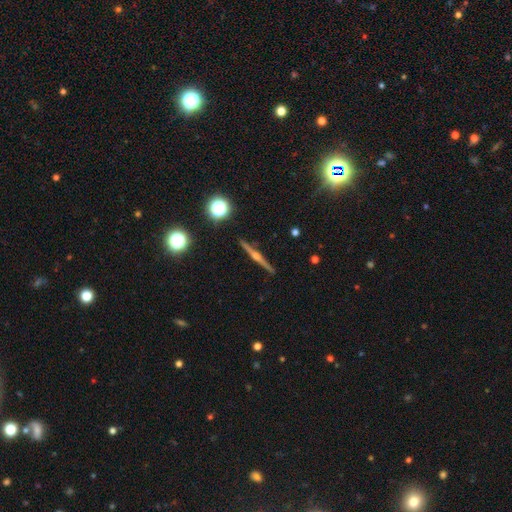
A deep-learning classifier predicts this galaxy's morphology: smooth-or-featured: featured or disk: 79% | smooth: 12% | star or artifact: 9%
  disk-edge-on: yes: 98% | no: 2%
    edge-on-bulge: rounded: 86% | none: 7% | boxy: 7%
  merging: none: 92% | minor disturbance: 5% | major disturbance: 1% | merger: 1%